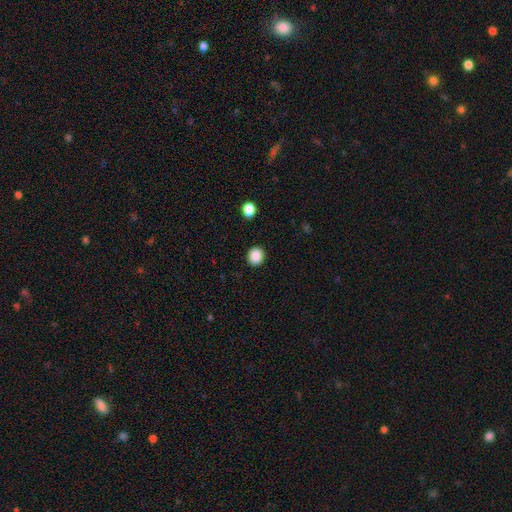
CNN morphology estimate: Smooth or featured: smooth — 88% (star or artifact — 9%)
How rounded: round — 88% (in between — 11%)
Merging: none — 92% (minor disturbance — 5%)